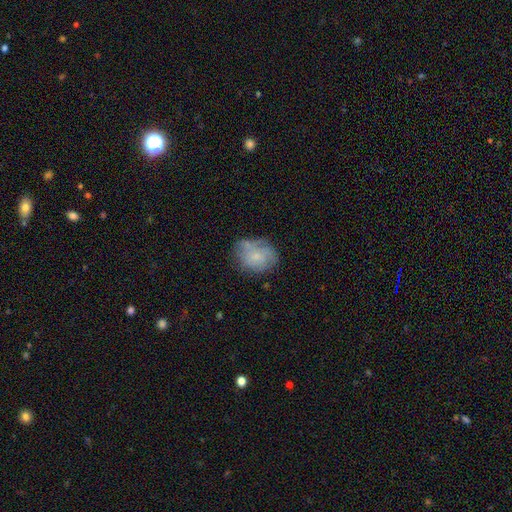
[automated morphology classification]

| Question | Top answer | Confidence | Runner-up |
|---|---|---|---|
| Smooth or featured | featured or disk | 46% | smooth (45%) |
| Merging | none | 60% | minor disturbance (25%) |